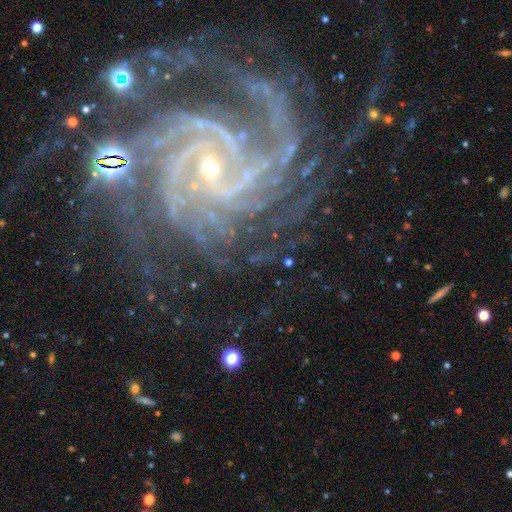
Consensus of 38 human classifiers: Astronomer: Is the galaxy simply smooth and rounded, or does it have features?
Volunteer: featured or disk — 95%.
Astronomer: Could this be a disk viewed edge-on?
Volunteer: no — 92%.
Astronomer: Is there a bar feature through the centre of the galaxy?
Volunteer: no — 64%.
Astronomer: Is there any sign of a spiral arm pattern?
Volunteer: yes — 100%.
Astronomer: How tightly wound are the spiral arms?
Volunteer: tight — 73%.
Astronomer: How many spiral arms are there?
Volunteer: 3 — 42% (runner-up: more than 4, 30%).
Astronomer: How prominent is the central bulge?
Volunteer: small — 79%.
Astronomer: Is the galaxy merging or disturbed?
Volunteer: none — 59%.